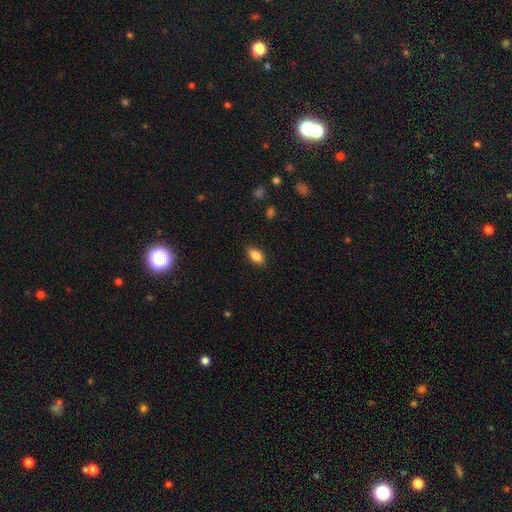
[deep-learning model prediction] Smooth or featured: smooth — 86% (star or artifact — 8%)
How rounded: in between — 89% (cigar-shaped — 6%)
Merging: none — 86% (minor disturbance — 10%)